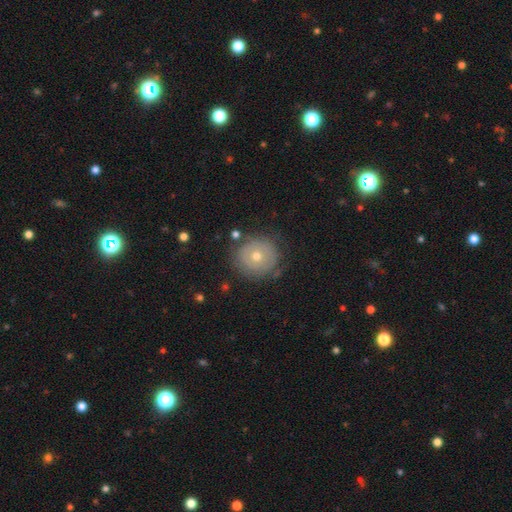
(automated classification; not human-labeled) The model was most divided on "smooth or featured": smooth: 48%, featured or disk: 40%, star or artifact: 12%. More confident: merging — none (82%).